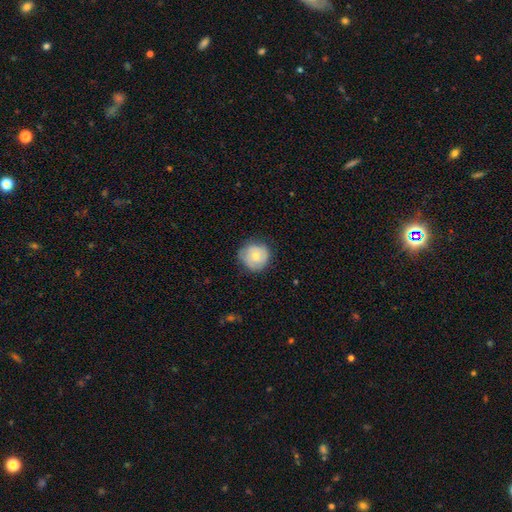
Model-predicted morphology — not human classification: smooth 65%, featured or disk 28%, star or artifact 7%. Down the decision tree: how rounded — round (91%); merging — none (72%).